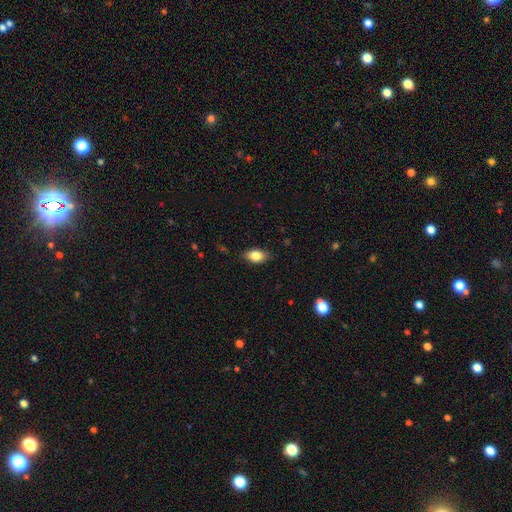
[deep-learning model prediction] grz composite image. It shows a smooth galaxy with no disk features (81%) that is in between round and cigar-shaped (86%). Merging: none (81%).